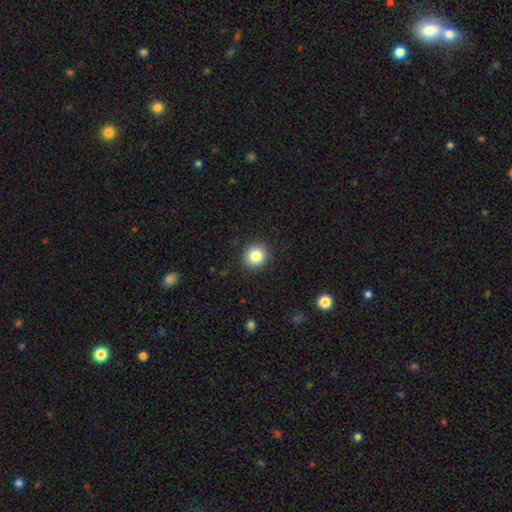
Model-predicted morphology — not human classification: A smooth galaxy with no disk features (84%) that is round (89%).

Vote fractions:
- Smooth or featured? smooth: 84% / star or artifact: 10% / featured or disk: 6%
- How rounded? round: 89% / in between: 10% / cigar-shaped: 1%
- Merging? none: 91% / minor disturbance: 6% / major disturbance: 2% / merger: 1%